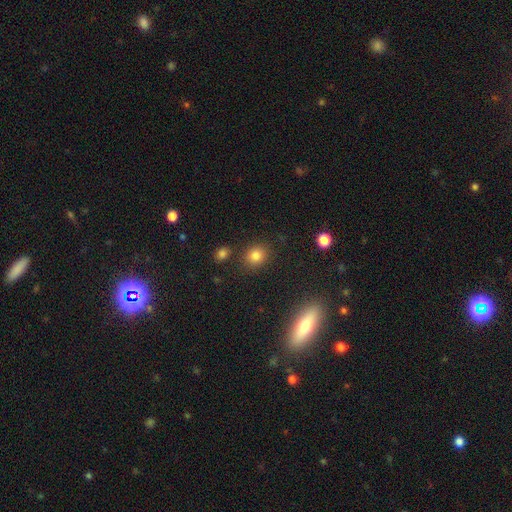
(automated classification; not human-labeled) Smooth or featured: smooth — 80% (star or artifact — 13%)
How rounded: round — 67% (in between — 32%)
Merging: none — 83% (minor disturbance — 10%)